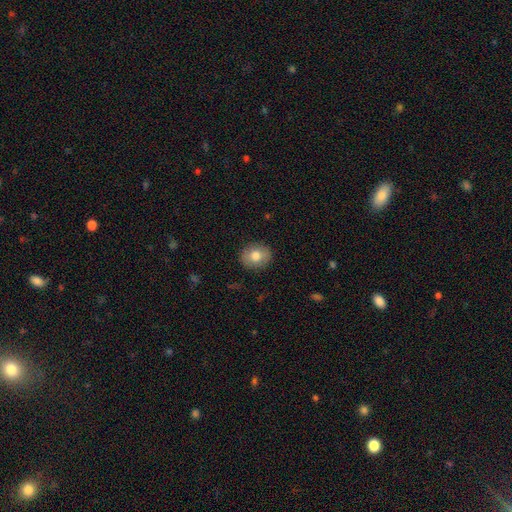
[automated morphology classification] Q: Smooth or featured?
A: smooth (77%); runner-up: featured or disk (15%)
Q: How rounded?
A: round (67%); runner-up: in between (32%)
Q: Merging?
A: none (88%); runner-up: minor disturbance (8%)